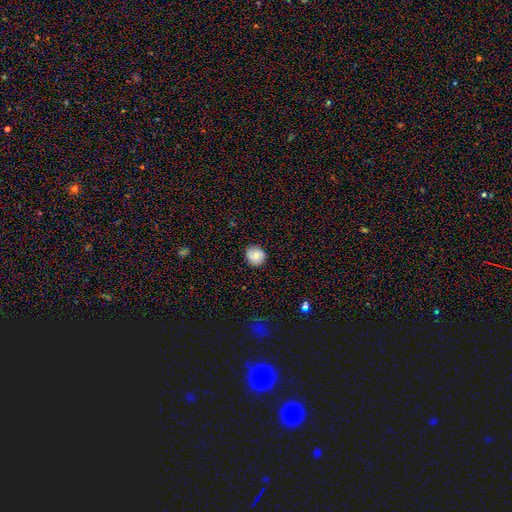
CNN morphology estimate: A smooth galaxy with no disk features (77%) that is round (86%). Merging: none (85%).